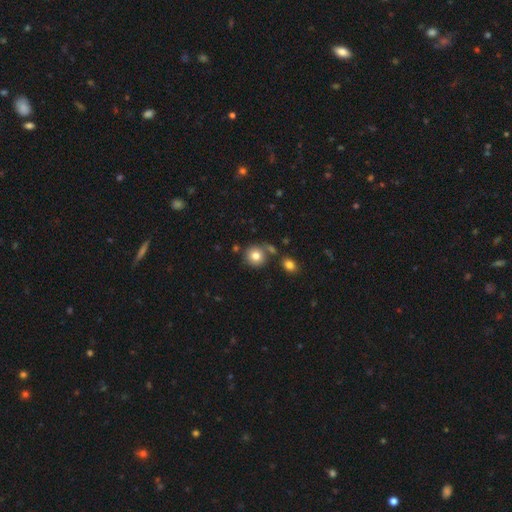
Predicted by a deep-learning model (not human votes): smooth-or-featured: smooth: 80% | star or artifact: 11% | featured or disk: 10%
  how-rounded: round: 89% | in between: 10% | cigar-shaped: 1%
  merging: none: 69% | merger: 16% | minor disturbance: 11% | major disturbance: 4%